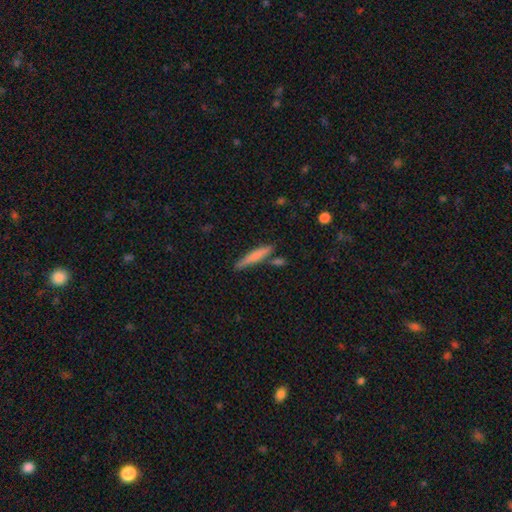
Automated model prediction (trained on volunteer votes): smooth_or_featured: smooth (p=0.66) [alt: featured or disk p=0.28]
how_rounded: cigar-shaped (p=0.91) [alt: in between p=0.07]
merging: none (p=0.77) [alt: minor disturbance p=0.13]